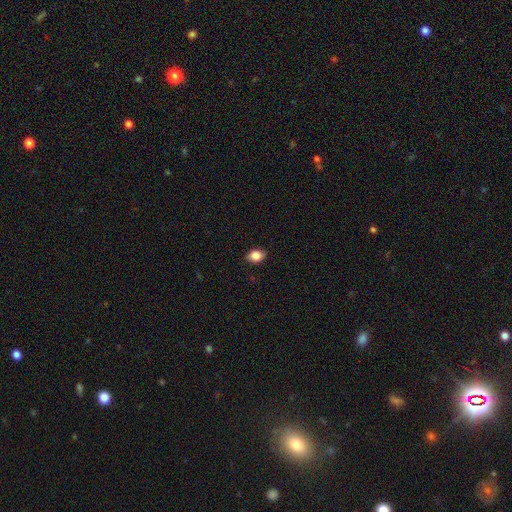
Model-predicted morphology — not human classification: type=smooth (85%); roundness=in between (74%); merging=none (88%).